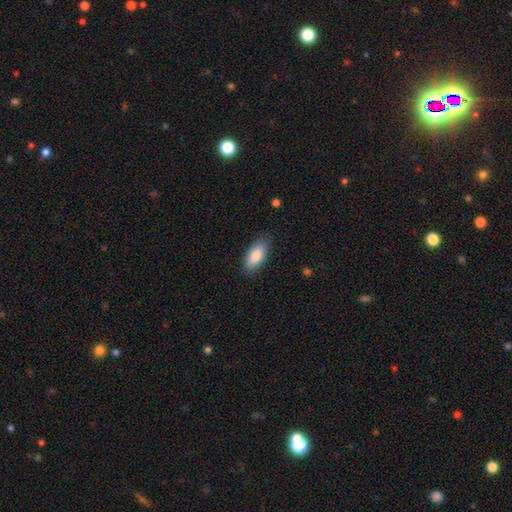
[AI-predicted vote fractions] The model was most divided on "merging": none: 84%, minor disturbance: 12%, major disturbance: 3%, merger: 1%. More confident: how rounded — in between (86%); smooth or featured — smooth (85%).